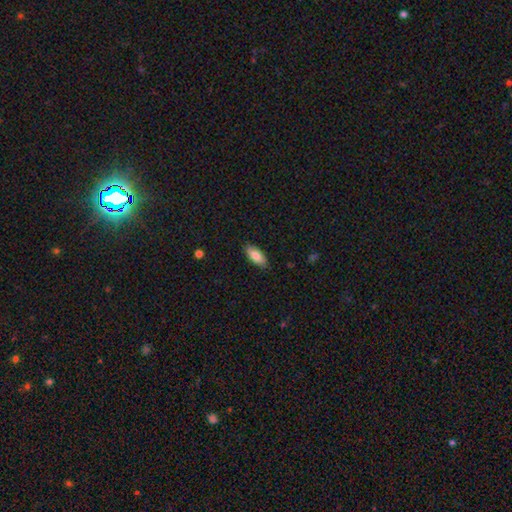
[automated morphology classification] A smooth galaxy with no disk features (84%) that is in between round and cigar-shaped (85%). Merging: none (86%).